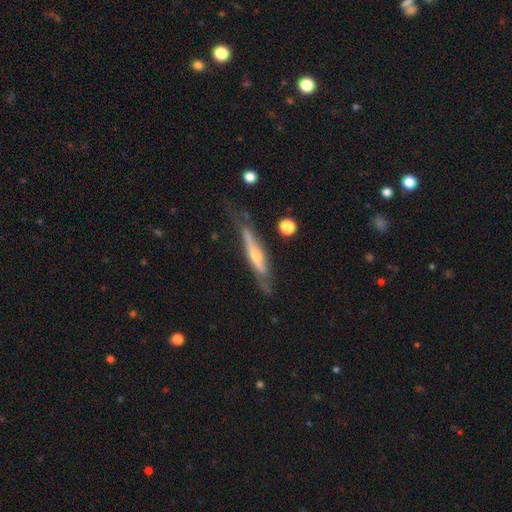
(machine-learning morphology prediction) Smooth or featured: featured or disk — 69% (smooth — 26%)
Edge-on disk: yes — 80% (no — 20%)
Edge-on bulge: rounded — 78% (none — 17%)
Merging: none — 57% (minor disturbance — 27%)